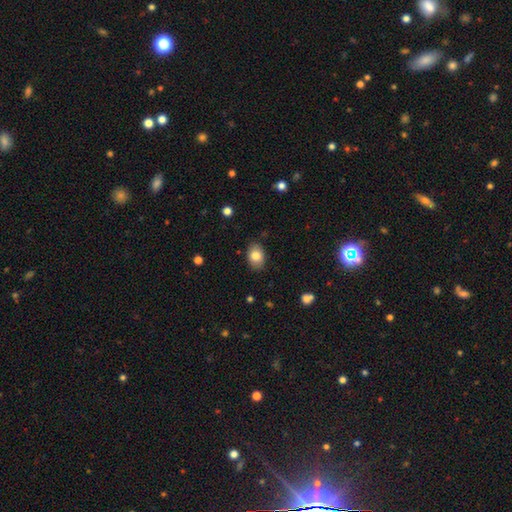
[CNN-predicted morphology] Smooth or featured: smooth — 82% (featured or disk — 10%)
How rounded: in between — 78% (round — 21%)
Merging: none — 84% (minor disturbance — 12%)